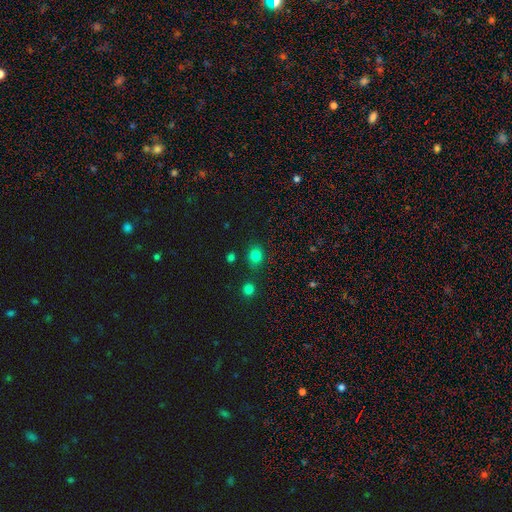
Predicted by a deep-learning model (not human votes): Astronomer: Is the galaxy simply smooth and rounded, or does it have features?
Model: smooth — 80%.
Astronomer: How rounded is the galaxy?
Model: round — 61% (runner-up: in between, 38%).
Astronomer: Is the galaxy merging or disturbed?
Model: none — 79%.